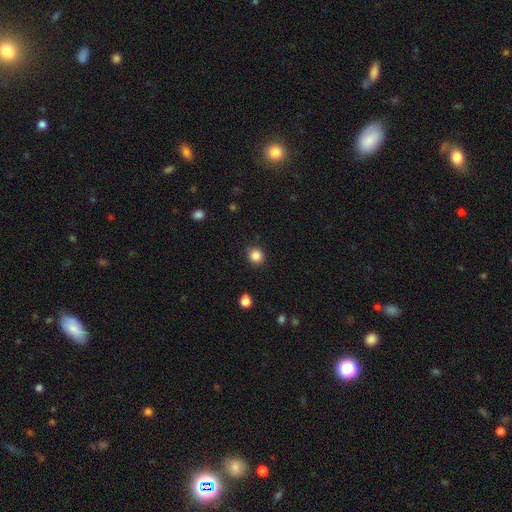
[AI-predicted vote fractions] A smooth galaxy with no disk features (86%) that is round (86%).

Vote fractions:
- Smooth or featured? smooth: 86% / star or artifact: 11% / featured or disk: 3%
- How rounded? round: 86% / in between: 14% / cigar-shaped: 1%
- Merging? none: 86% / minor disturbance: 9% / major disturbance: 3% / merger: 1%